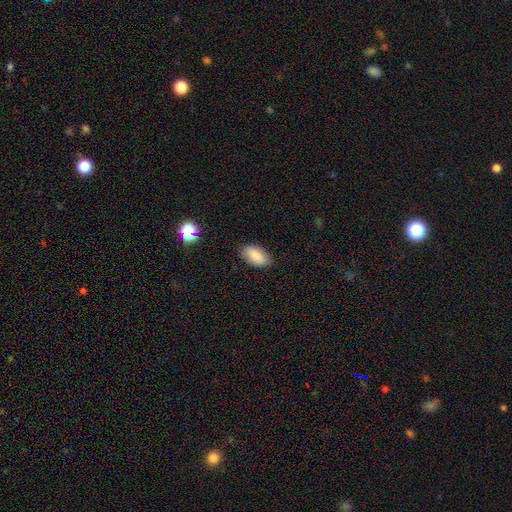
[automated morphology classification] The model was most divided on "merging": none: 85%, minor disturbance: 11%, major disturbance: 2%, merger: 1%. More confident: how rounded — in between (93%); smooth or featured — smooth (85%).